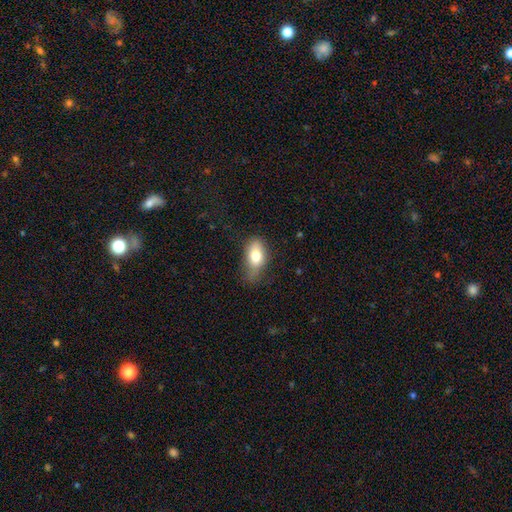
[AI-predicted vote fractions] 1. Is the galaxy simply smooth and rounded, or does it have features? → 78% smooth, 15% featured or disk, 8% star or artifact.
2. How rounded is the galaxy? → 90% in between, 6% round, 4% cigar-shaped.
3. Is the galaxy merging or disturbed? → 48% none, 37% minor disturbance, 13% major disturbance, 2% merger.